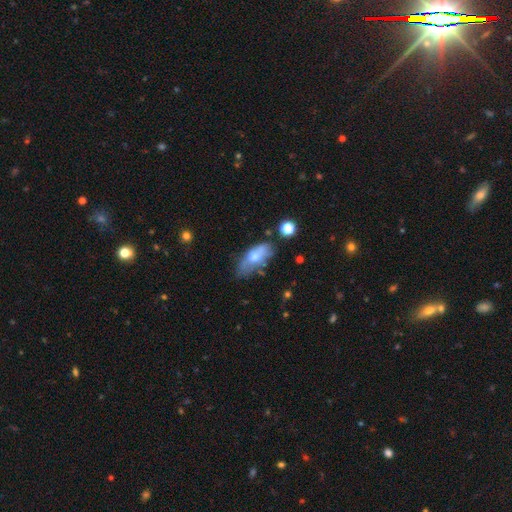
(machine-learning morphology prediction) The model was most divided on "merging": none: 46%, minor disturbance: 31%, major disturbance: 14%, merger: 8%. More confident: how rounded — in between (84%); smooth or featured — smooth (55%).